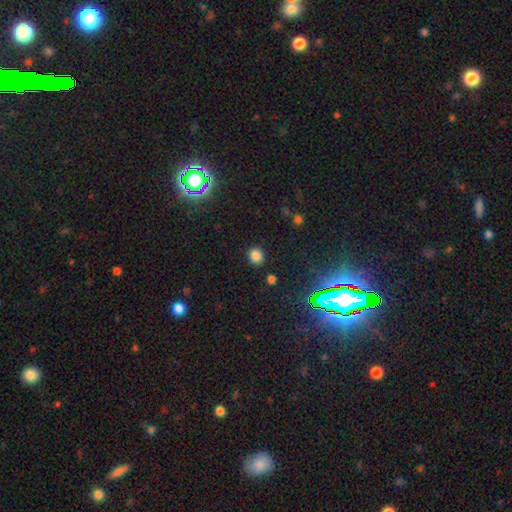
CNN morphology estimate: This appears to be a smooth galaxy with no disk features (80%) that is round (87%). Merging: none (89%).